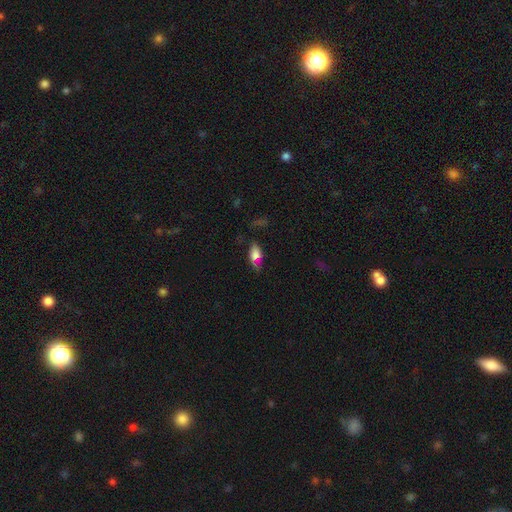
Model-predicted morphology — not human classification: type=smooth (69%); roundness=in between (85%); merging=none (58%).